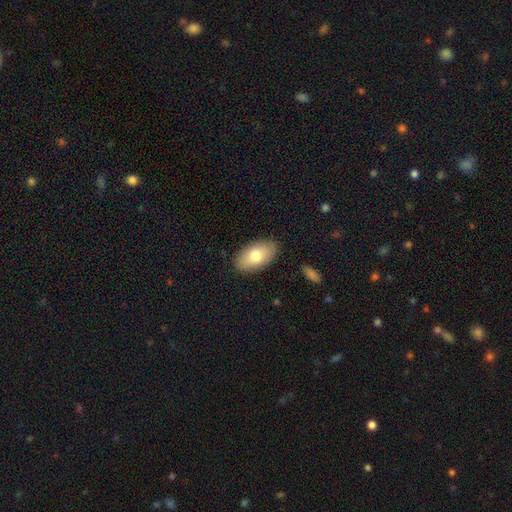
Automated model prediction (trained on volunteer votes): smooth_or_featured: smooth (p=0.77) [alt: featured or disk p=0.18]
how_rounded: in between (p=0.94) [alt: round p=0.04]
merging: none (p=0.87) [alt: minor disturbance p=0.10]